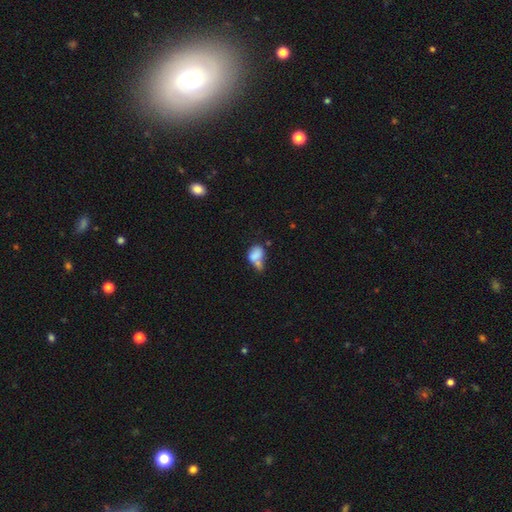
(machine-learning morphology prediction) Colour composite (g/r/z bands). It shows a smooth galaxy with no disk features (76%) that is in between round and cigar-shaped (74%). Merging: merger (50%).